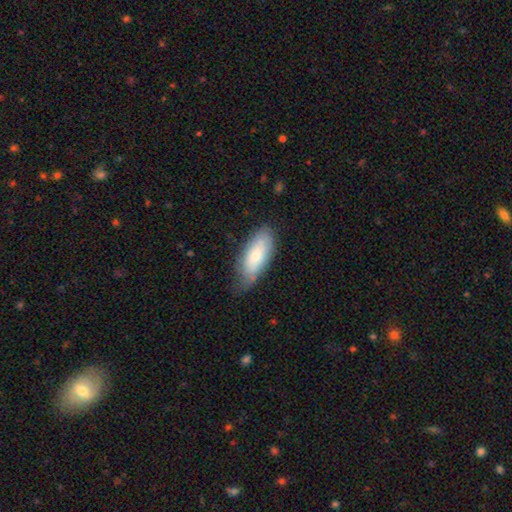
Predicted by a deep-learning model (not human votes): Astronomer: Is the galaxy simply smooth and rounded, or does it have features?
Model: smooth — 67%.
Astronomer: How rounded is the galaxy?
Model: in between — 83%.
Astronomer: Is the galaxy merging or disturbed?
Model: none — 60%.